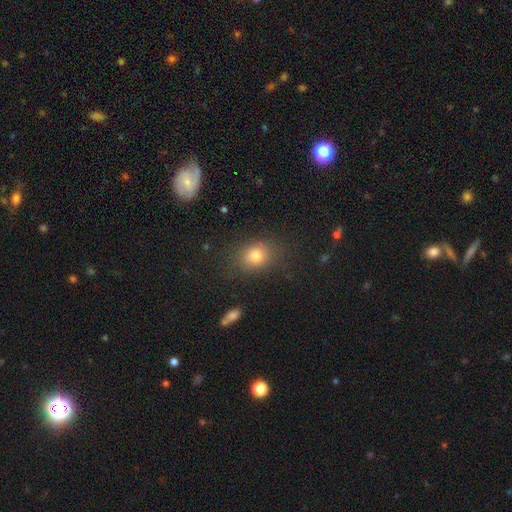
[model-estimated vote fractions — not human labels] Morphology: type=smooth (79%); roundness=in between (50%); merging=none (82%).